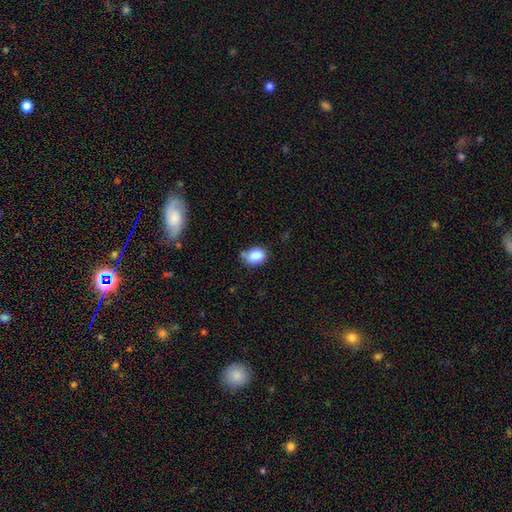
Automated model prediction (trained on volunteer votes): The model was most divided on "merging": none: 57%, minor disturbance: 26%, merger: 11%, major disturbance: 7%. More confident: smooth or featured — smooth (85%); how rounded — in between (72%).